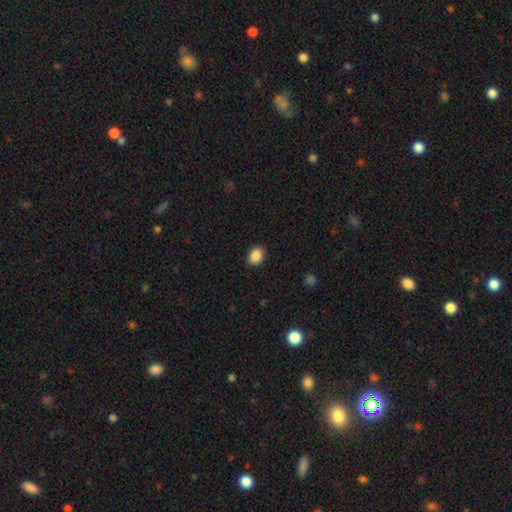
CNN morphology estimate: A smooth galaxy with no disk features (88%) that is in between round and cigar-shaped (75%). Merging: none (87%).